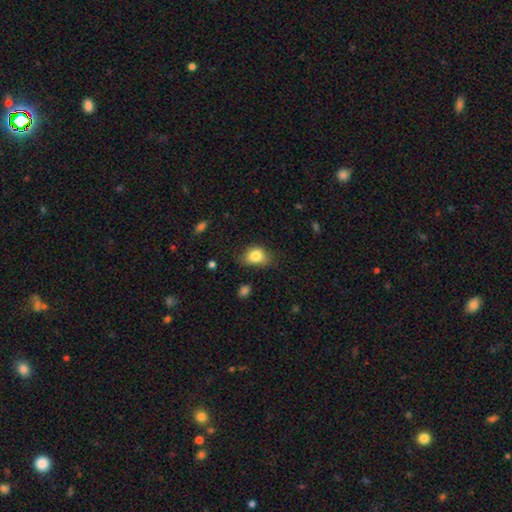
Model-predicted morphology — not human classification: Smooth or featured? smooth (82%)
How rounded? in between (62%)
Merging? none (59%)